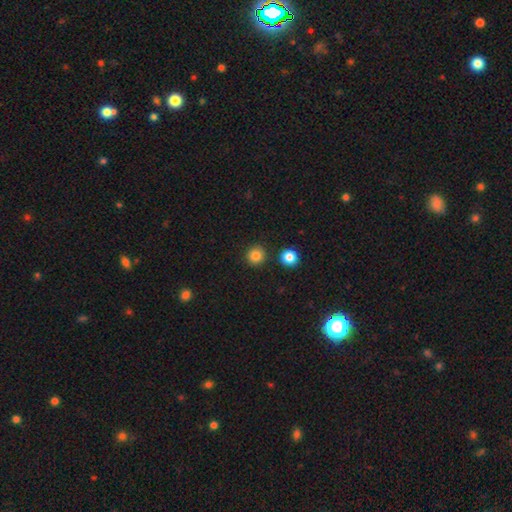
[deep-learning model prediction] smooth 84%, star or artifact 11%, featured or disk 4%. Down the decision tree: how rounded — round (92%); merging — none (89%).